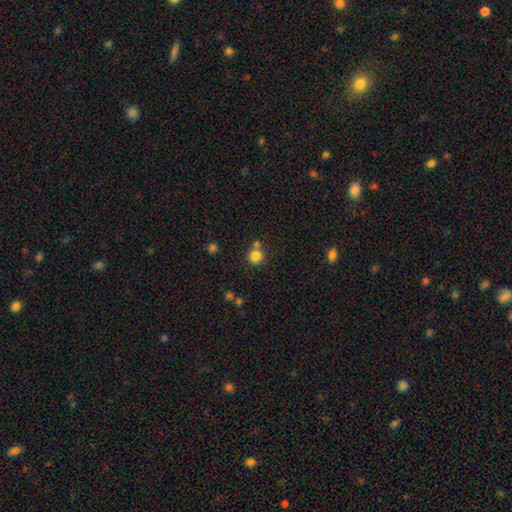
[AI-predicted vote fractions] A smooth galaxy with no disk features (82%) that is round (93%). Merging: none (66%).